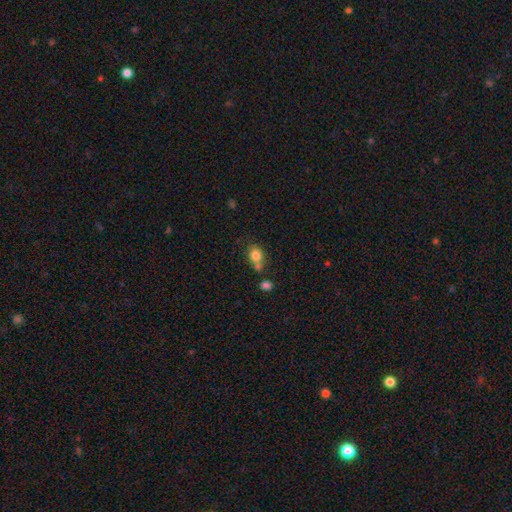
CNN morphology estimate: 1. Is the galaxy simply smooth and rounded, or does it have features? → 81% smooth, 10% star or artifact, 9% featured or disk.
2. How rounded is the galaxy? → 50% round, 49% in between, 1% cigar-shaped.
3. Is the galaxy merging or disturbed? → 48% none, 31% merger, 15% minor disturbance, 6% major disturbance.